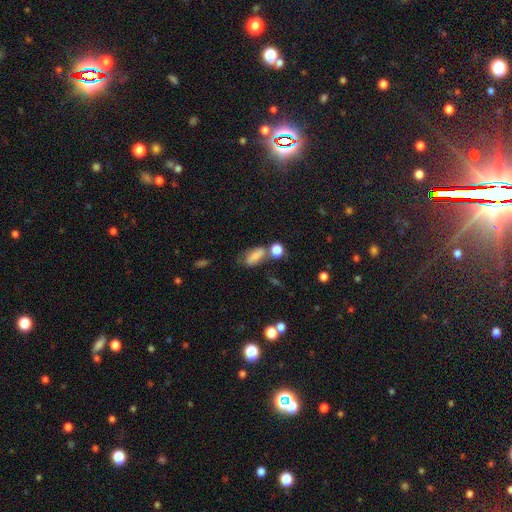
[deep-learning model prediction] Smooth or featured? Predicted: smooth (p=0.69). How rounded? Predicted: in between (p=0.82). Merging? Predicted: none (p=0.41).